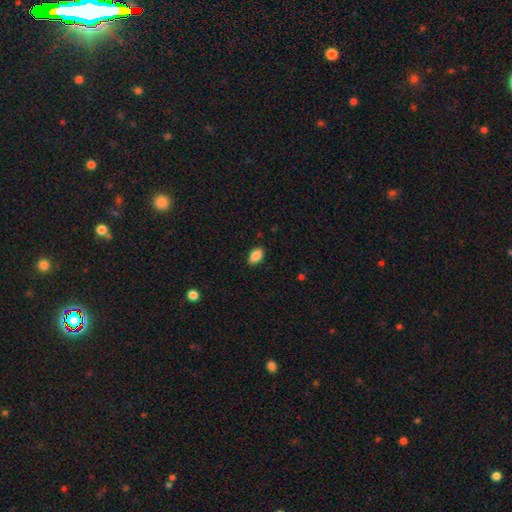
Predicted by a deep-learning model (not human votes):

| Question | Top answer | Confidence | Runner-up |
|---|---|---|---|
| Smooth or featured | smooth | 87% | star or artifact (8%) |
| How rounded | in between | 91% | round (6%) |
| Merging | none | 88% | minor disturbance (9%) |